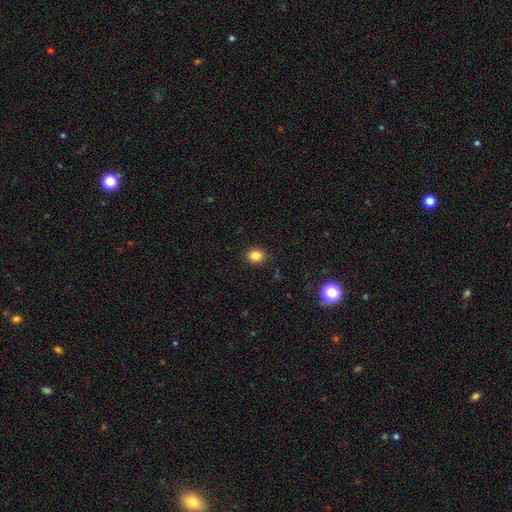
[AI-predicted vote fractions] Morphology: type=smooth (83%); roundness=round (76%); merging=none (89%).